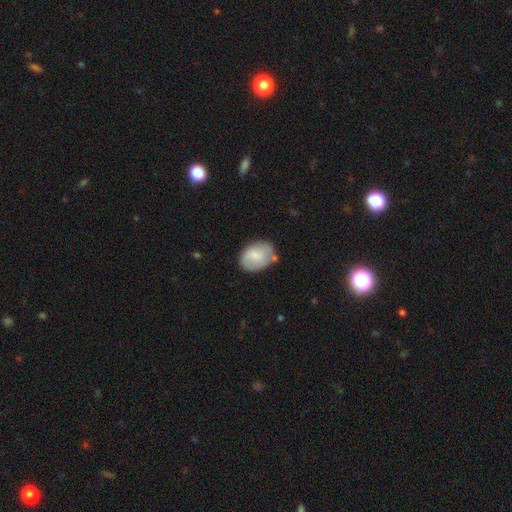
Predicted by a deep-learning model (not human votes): Overall: smooth (72%). How rounded: in between (79%). Merging: none (66%).